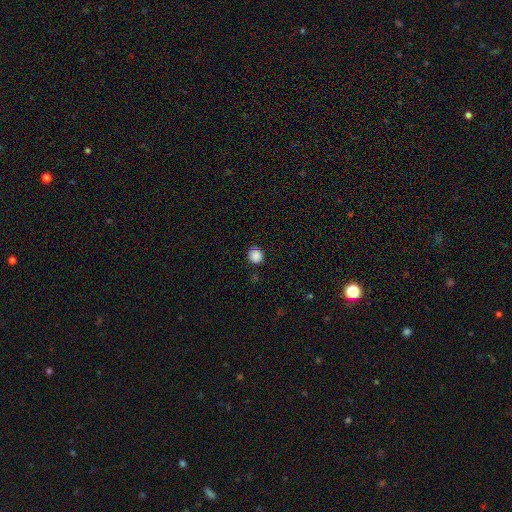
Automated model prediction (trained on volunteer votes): Overall: smooth (87%). How rounded: round (91%). Merging: none (88%).